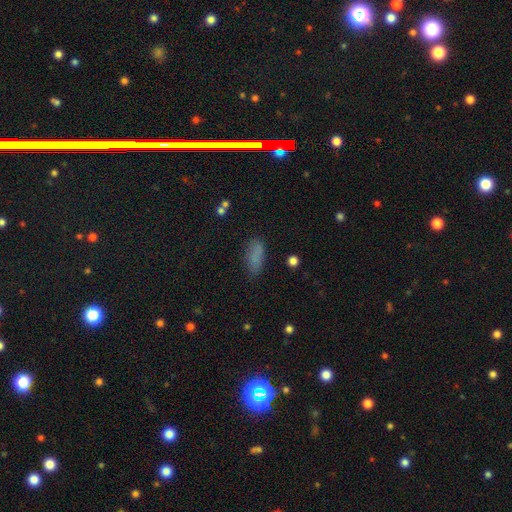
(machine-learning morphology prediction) The model was most divided on "merging": none: 76%, minor disturbance: 17%, major disturbance: 5%, merger: 2%. More confident: smooth or featured — smooth (81%); how rounded — in between (78%).